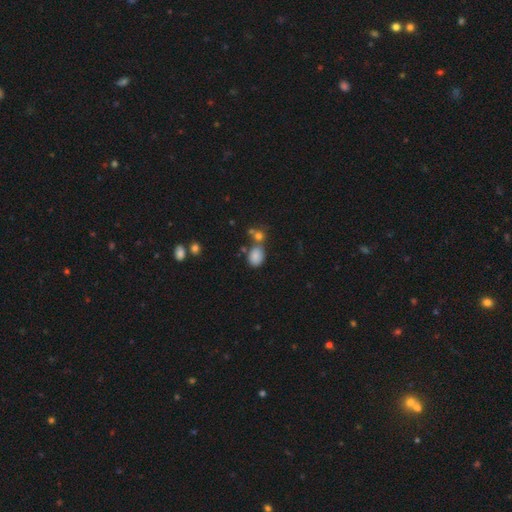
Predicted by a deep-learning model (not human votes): A smooth galaxy with no disk features (82%) that is in between round and cigar-shaped (65%). Merging: none (56%).